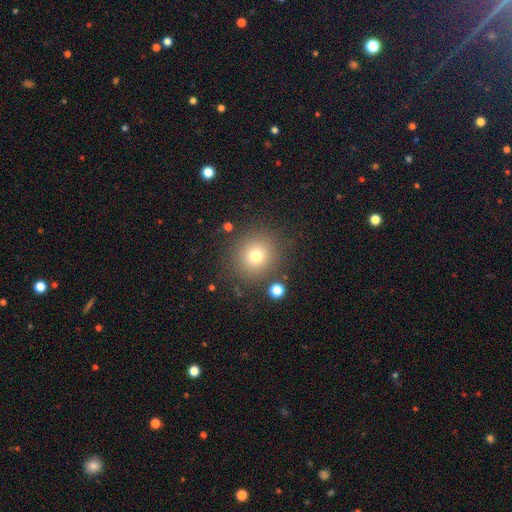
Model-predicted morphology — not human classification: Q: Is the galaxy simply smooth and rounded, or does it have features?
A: smooth — 74%.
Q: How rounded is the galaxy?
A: round — 91%.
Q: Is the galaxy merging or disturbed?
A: none — 85%.